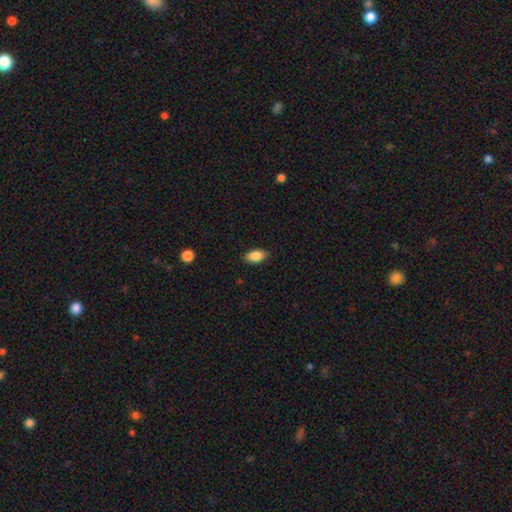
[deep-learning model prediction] A smooth galaxy with no disk features (86%) that is in between round and cigar-shaped (91%).

Vote fractions:
- Smooth or featured? smooth: 86% / star or artifact: 8% / featured or disk: 7%
- How rounded? in between: 91% / round: 5% / cigar-shaped: 4%
- Merging? none: 88% / minor disturbance: 9% / major disturbance: 2% / merger: 1%